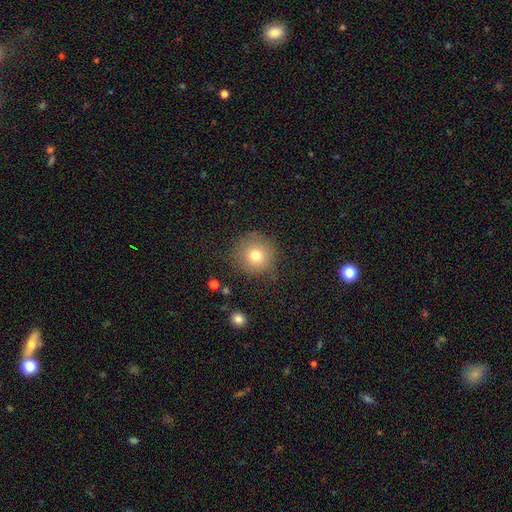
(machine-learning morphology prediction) This is likely a smooth galaxy (75%). How rounded: clearly round (94%). Merging: clearly none (83%).